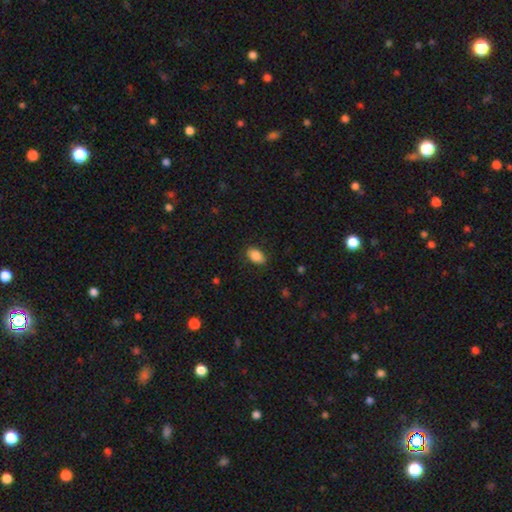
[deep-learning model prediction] Overall: smooth (87%). How rounded: in between (89%). Merging: none (84%).